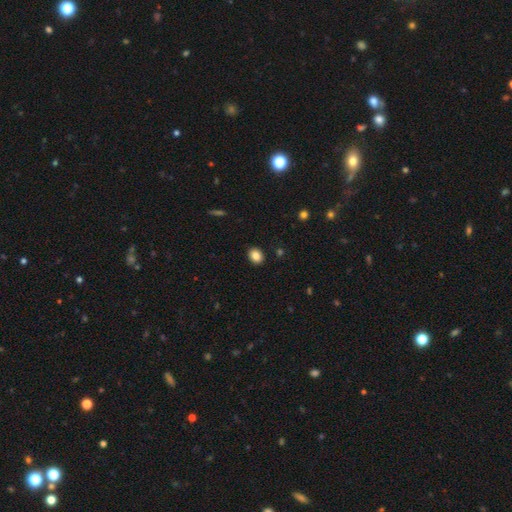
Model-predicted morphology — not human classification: smooth_or_featured: smooth (p=0.86) [alt: star or artifact p=0.09]
how_rounded: in between (p=0.59) [alt: round p=0.40]
merging: none (p=0.90) [alt: minor disturbance p=0.07]